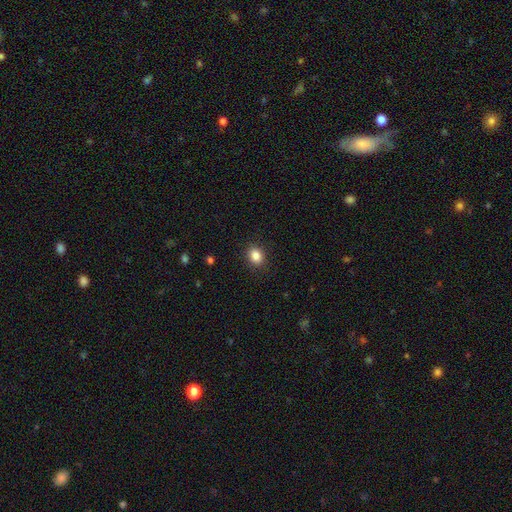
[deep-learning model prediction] This appears to be a smooth galaxy with no disk features (86%) that is round (54%). Merging: none (88%).